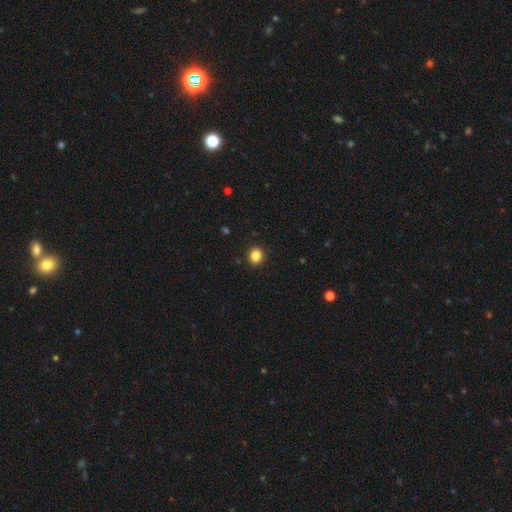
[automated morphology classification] A smooth galaxy with no disk features (86%) that is round (83%). Merging: none (92%).